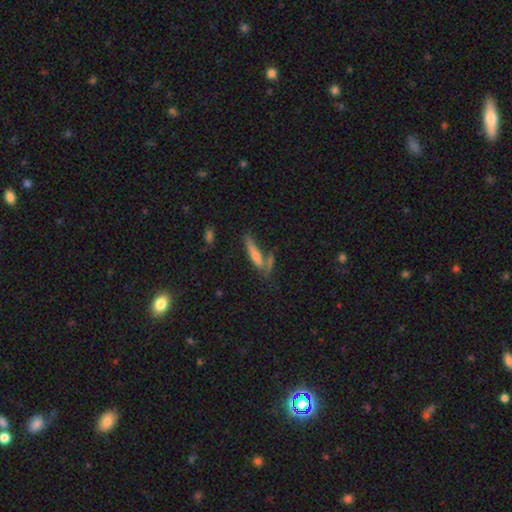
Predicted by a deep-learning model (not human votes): Overall: smooth (49%; featured or disk 39%). Merging: none (62%).